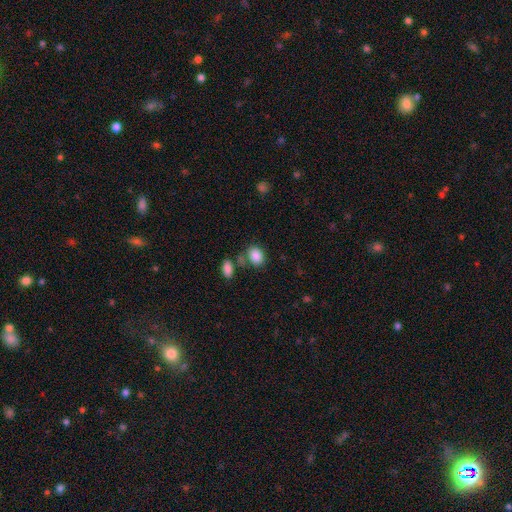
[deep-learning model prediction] The model was most divided on "how rounded": in between: 67%, round: 32%, cigar-shaped: 1%. More confident: smooth or featured — smooth (87%); merging — none (65%).